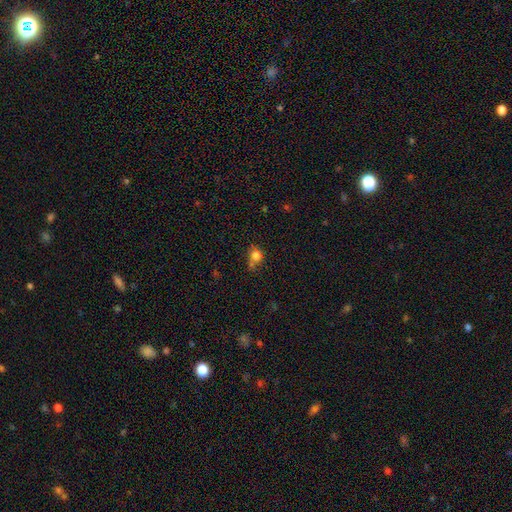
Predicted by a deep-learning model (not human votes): The model was most divided on "merging": none: 47%, minor disturbance: 23%, merger: 22%, major disturbance: 8%. More confident: smooth or featured — smooth (79%); how rounded — round (75%).